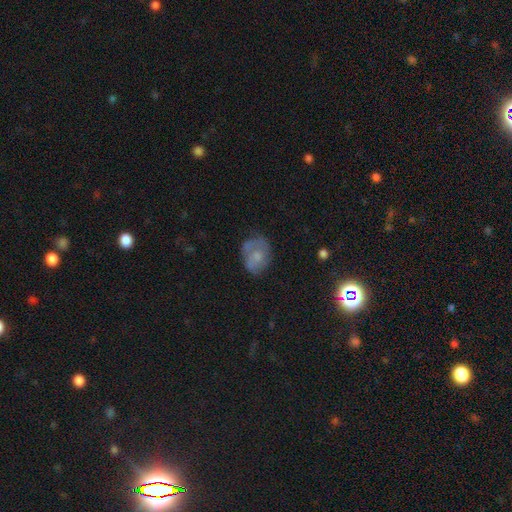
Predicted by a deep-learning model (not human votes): Morphology: type=smooth (50%); merging=none (54%).